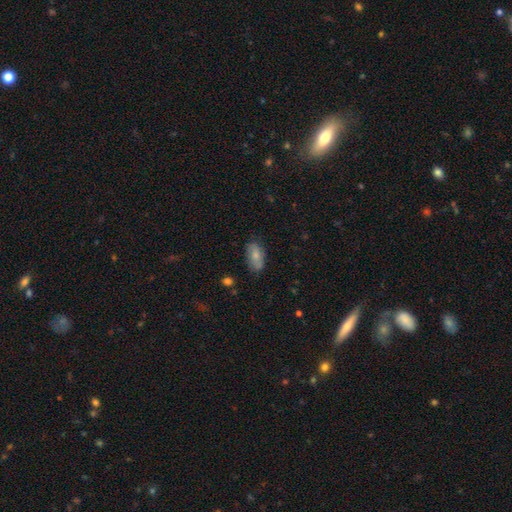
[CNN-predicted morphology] Smooth or featured? Predicted: smooth (p=0.78). How rounded? Predicted: in between (p=0.91). Merging? Predicted: none (p=0.75).